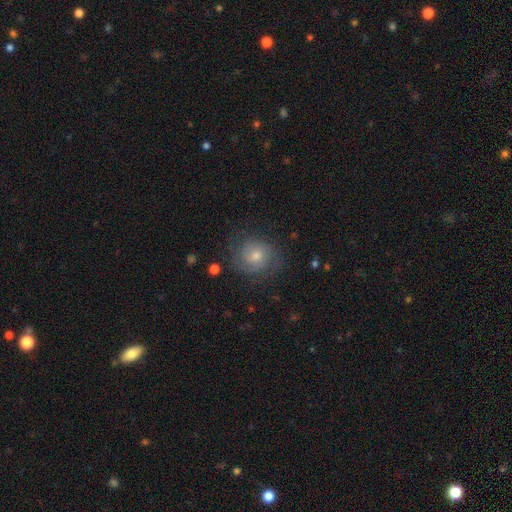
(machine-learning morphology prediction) Q: Smooth or featured?
A: featured or disk (57%); runner-up: smooth (31%)
Q: Edge-on disk?
A: no (97%); runner-up: yes (3%)
Q: Bar?
A: no (72%); runner-up: weak (24%)
Q: Spiral arms?
A: yes (87%); runner-up: no (13%)
Q: Bulge size?
A: moderate (50%); runner-up: small (42%)
Q: Merging?
A: none (75%); runner-up: minor disturbance (16%)